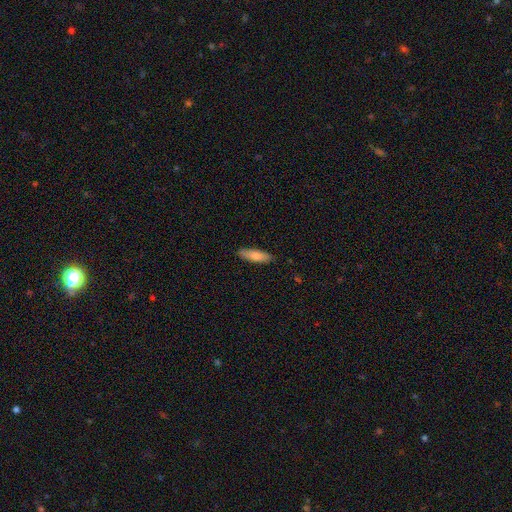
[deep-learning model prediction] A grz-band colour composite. It shows a smooth galaxy with no disk features (80%) that is cigar-shaped (56%). Merging: none (88%).